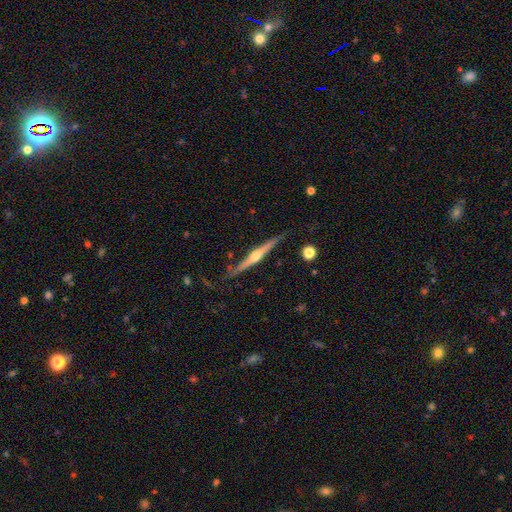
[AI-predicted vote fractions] Smooth or featured?
  - featured or disk: 79% *
  - smooth: 16%
  - star or artifact: 5%
Edge-on disk?
  - yes: 98% *
  - no: 2%
Edge-on bulge?
  - rounded: 89% *
  - none: 7%
  - boxy: 4%
Merging?
  - none: 80% *
  - minor disturbance: 15%
  - major disturbance: 3%
  - merger: 2%